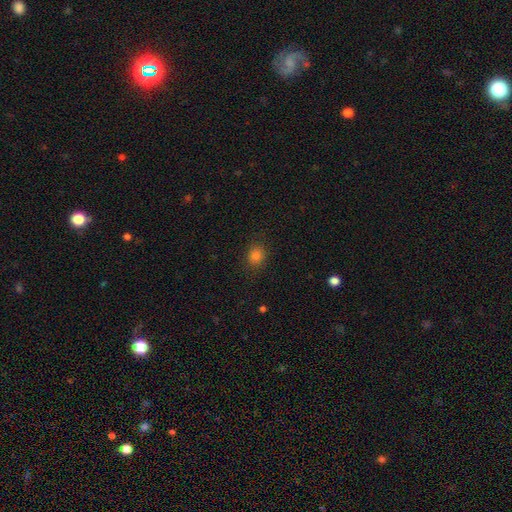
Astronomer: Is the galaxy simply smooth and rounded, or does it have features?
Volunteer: smooth — 92%.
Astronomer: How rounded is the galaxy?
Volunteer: round — 78%.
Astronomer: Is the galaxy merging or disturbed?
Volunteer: none — 95%.